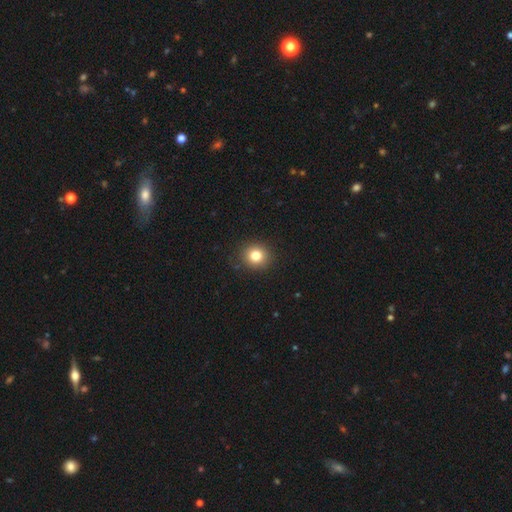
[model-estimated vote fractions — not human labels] Morphology: type=smooth (82%); roundness=round (85%); merging=none (90%).